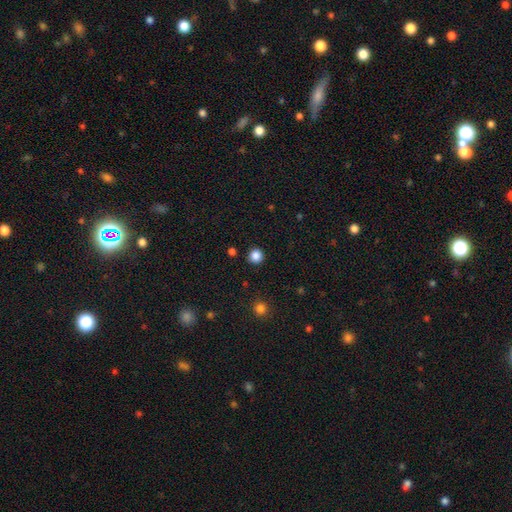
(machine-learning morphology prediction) type=smooth (85%); roundness=round (94%); merging=none (92%).